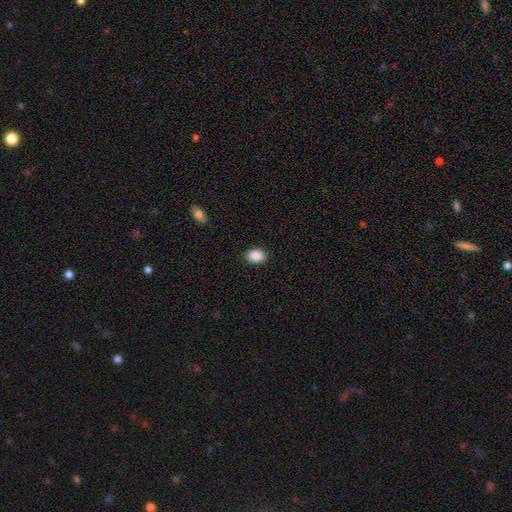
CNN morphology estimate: The model was most divided on "how rounded": in between: 75%, round: 24%, cigar-shaped: 1%. More confident: smooth or featured — smooth (89%); merging — none (89%).